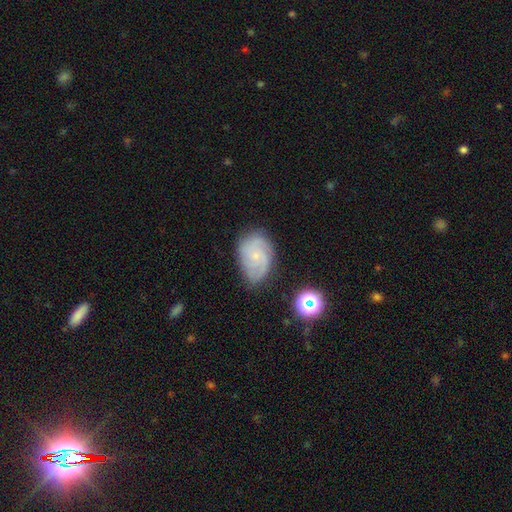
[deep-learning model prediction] A featured or disk galaxy (72%) with no bar (72%), 3 (30%) tight (49%) spiral arms (94%) and a small central bulge (78%). Merging: none (68%).